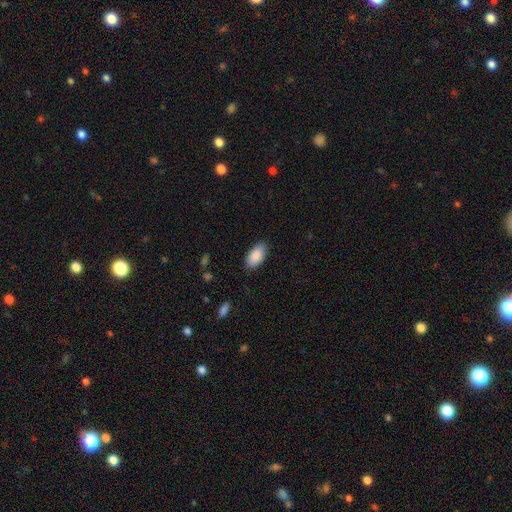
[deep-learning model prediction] Morphology: type=smooth (89%); roundness=in between (95%); merging=none (86%).